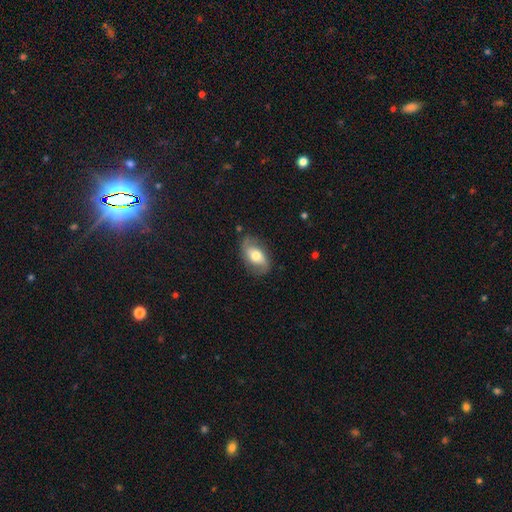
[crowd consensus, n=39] This appears to be a smooth galaxy with no disk features (64%) that is in between round and cigar-shaped (92%). Merging: none (62%).